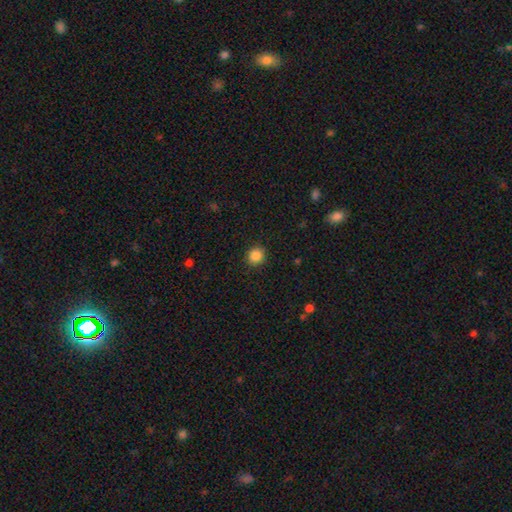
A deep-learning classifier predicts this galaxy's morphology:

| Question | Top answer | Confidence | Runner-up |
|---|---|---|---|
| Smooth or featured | smooth | 87% | star or artifact (10%) |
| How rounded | round | 89% | in between (10%) |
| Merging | none | 91% | minor disturbance (6%) |